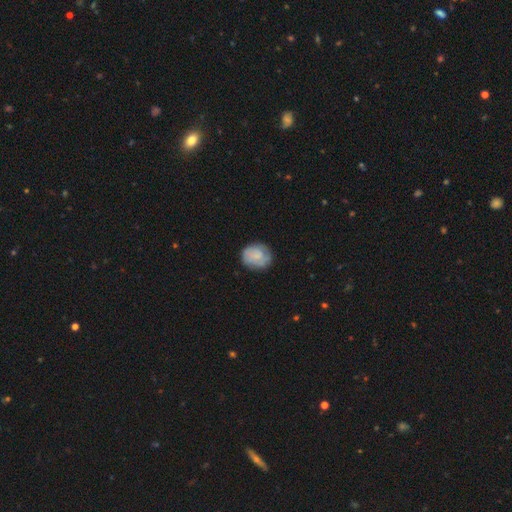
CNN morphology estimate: Q: Smooth or featured?
A: smooth (67%); runner-up: featured or disk (25%)
Q: How rounded?
A: round (67%); runner-up: in between (32%)
Q: Merging?
A: none (77%); runner-up: minor disturbance (18%)